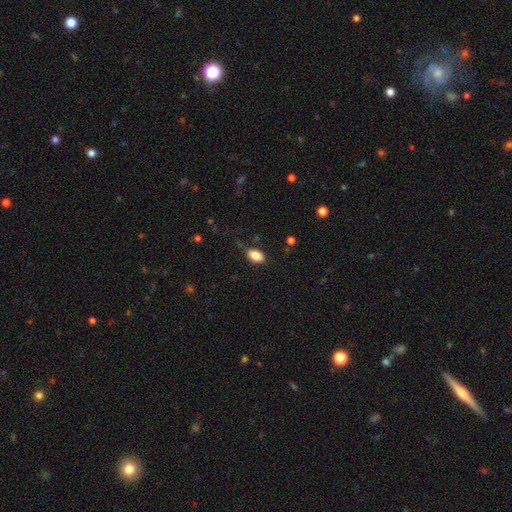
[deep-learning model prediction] The model was most divided on "merging": none: 81%, minor disturbance: 14%, major disturbance: 3%, merger: 1%. More confident: how rounded — in between (90%); smooth or featured — smooth (86%).